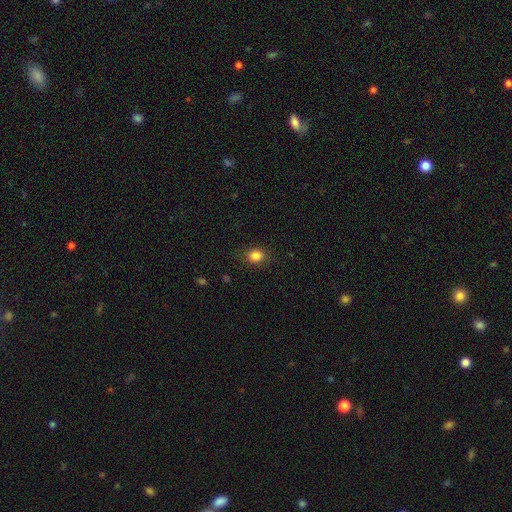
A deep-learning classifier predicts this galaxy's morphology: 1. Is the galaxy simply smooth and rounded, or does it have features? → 84% smooth, 11% star or artifact, 5% featured or disk.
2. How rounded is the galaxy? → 60% round, 39% in between, 1% cigar-shaped.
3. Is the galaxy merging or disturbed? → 84% none, 12% minor disturbance, 4% major disturbance, 1% merger.